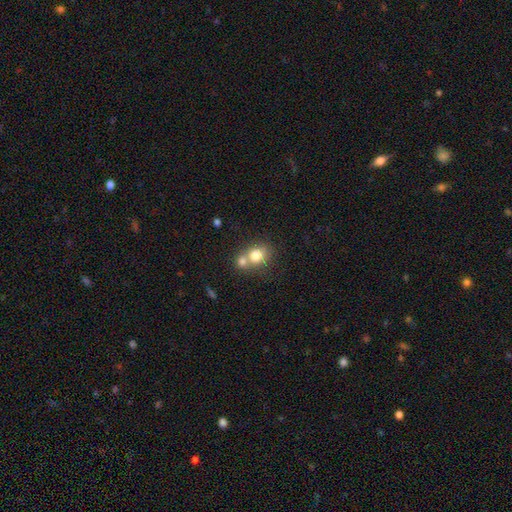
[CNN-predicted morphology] Overall: smooth (77%). How rounded: round (67%; in between 32%). Merging: merger (53%; none 36%).